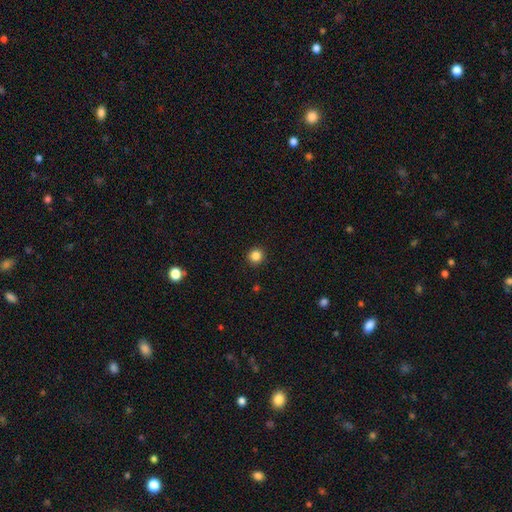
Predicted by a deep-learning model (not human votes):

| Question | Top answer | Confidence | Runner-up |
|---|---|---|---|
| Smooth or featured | smooth | 84% | star or artifact (12%) |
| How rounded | round | 95% | in between (4%) |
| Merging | none | 93% | minor disturbance (4%) |